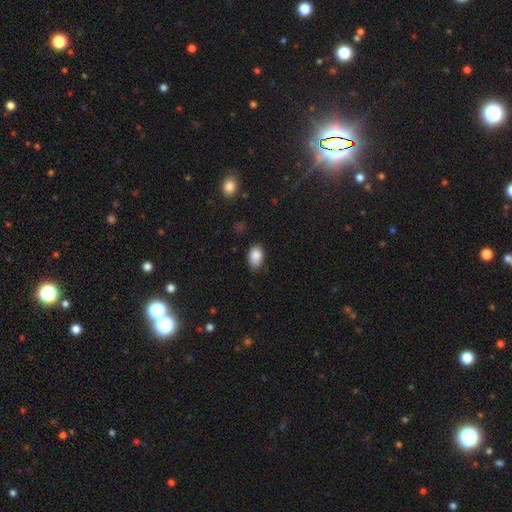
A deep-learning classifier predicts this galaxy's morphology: A smooth galaxy with no disk features (88%) that is in between round and cigar-shaped (87%).

Vote fractions:
- Smooth or featured? smooth: 88% / star or artifact: 8% / featured or disk: 4%
- How rounded? in between: 87% / round: 12% / cigar-shaped: 1%
- Merging? none: 75% / minor disturbance: 20% / major disturbance: 3% / merger: 1%